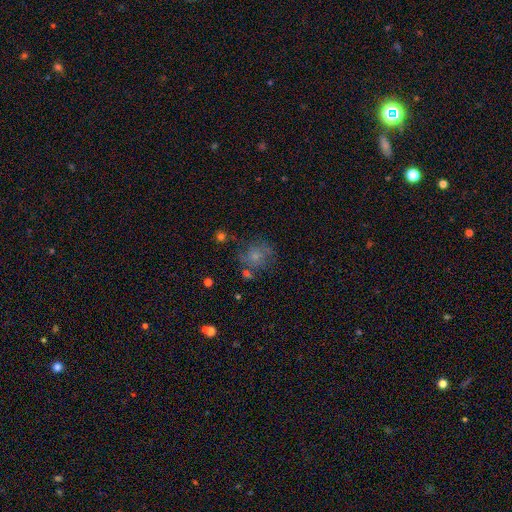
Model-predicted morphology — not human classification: Q: Smooth or featured?
A: smooth (56%); runner-up: featured or disk (27%)
Q: How rounded?
A: round (72%); runner-up: in between (27%)
Q: Merging?
A: none (57%); runner-up: minor disturbance (21%)